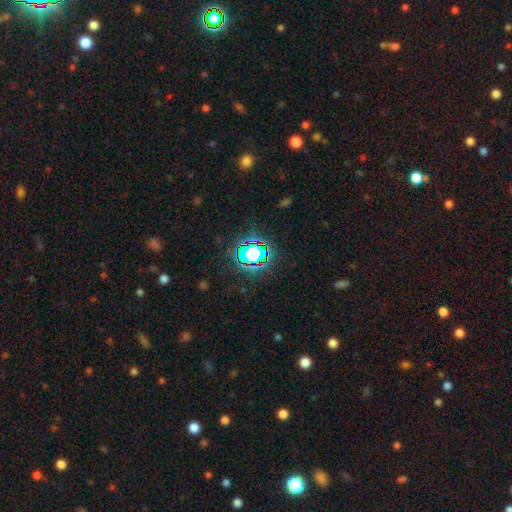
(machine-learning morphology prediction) This is possibly a star or artifact rather than a galaxy (58%).